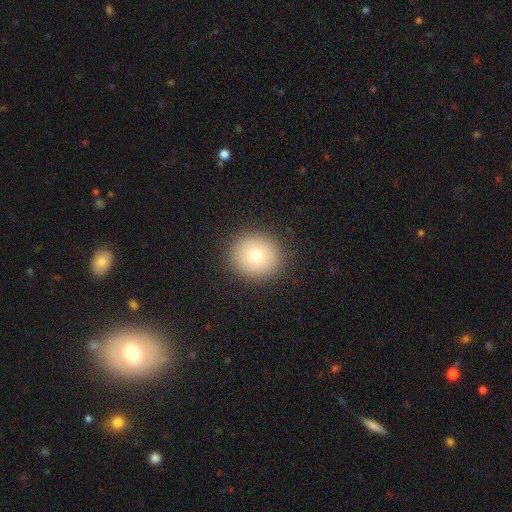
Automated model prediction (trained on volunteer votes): A smooth galaxy with no disk features (75%) that is round (84%). Merging: none (89%).